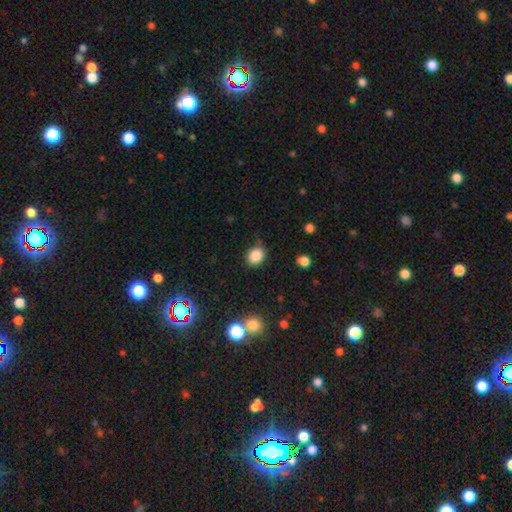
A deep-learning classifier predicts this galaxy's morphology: Overall: smooth (85%). How rounded: round (54%; in between 45%). Merging: none (79%).